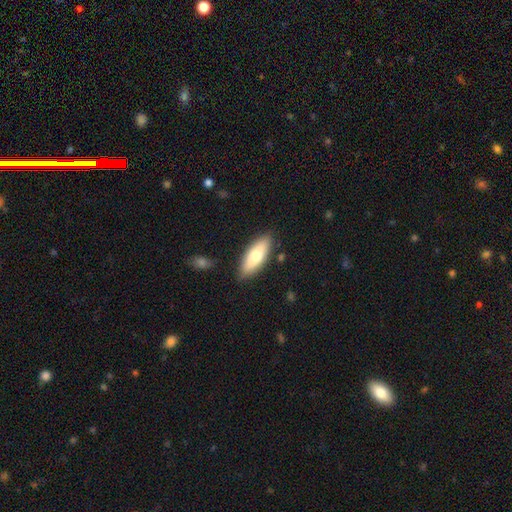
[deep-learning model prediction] Smooth or featured: smooth — 69% (featured or disk — 25%)
How rounded: in between — 68% (cigar-shaped — 30%)
Merging: none — 85% (minor disturbance — 11%)